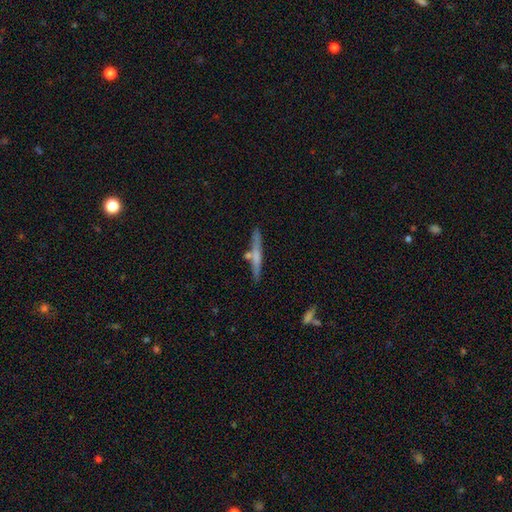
A smooth galaxy with no disk features (57%) that is cigar-shaped (90%). Merging: none (67%).